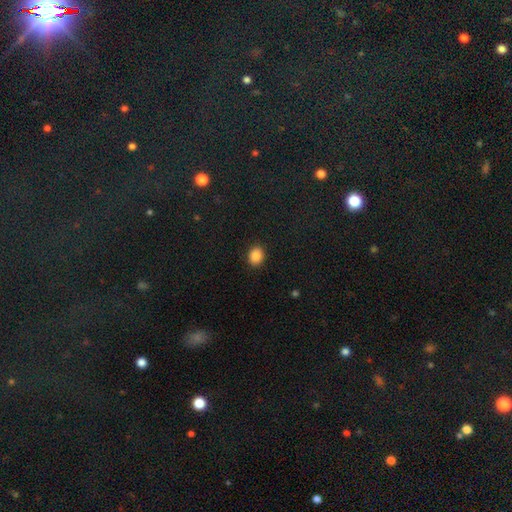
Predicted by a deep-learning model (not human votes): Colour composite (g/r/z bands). It shows a smooth galaxy with no disk features (87%) that is in between round and cigar-shaped (53%). Merging: none (90%).